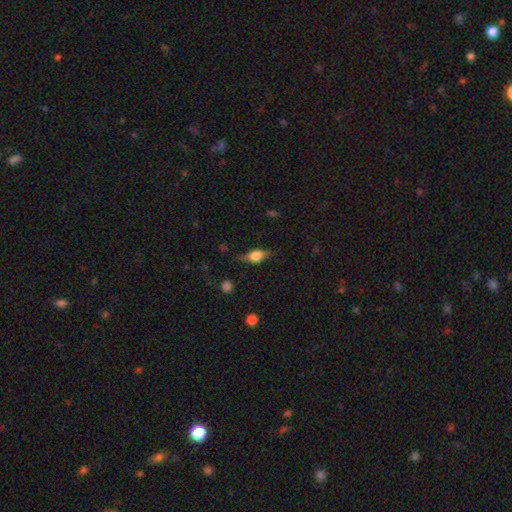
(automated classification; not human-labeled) featured or disk 47%, smooth 43%, star or artifact 9%. Down the decision tree: merging — none (78%).